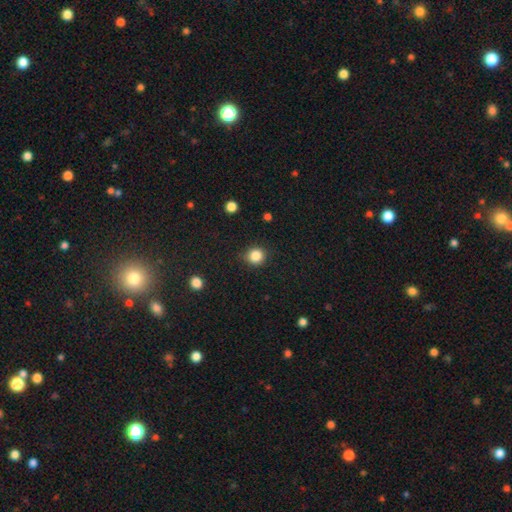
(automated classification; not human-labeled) A smooth galaxy with no disk features (85%) that is round (91%).

Vote fractions:
- Smooth or featured? smooth: 85% / star or artifact: 11% / featured or disk: 4%
- How rounded? round: 91% / in between: 8% / cigar-shaped: 1%
- Merging? none: 86% / minor disturbance: 10% / major disturbance: 3% / merger: 1%